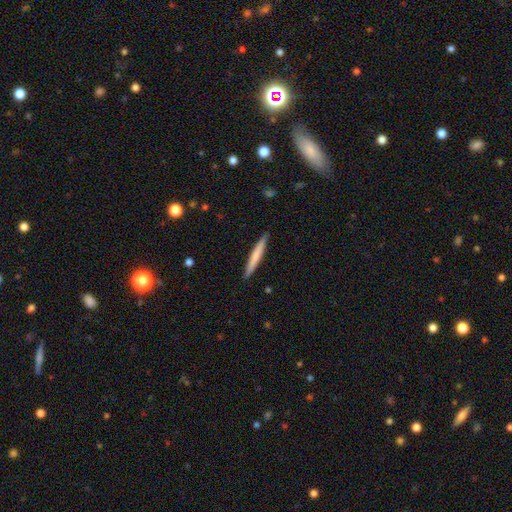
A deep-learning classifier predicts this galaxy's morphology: The model was most divided on "smooth or featured": smooth: 66%, featured or disk: 29%, star or artifact: 5%. More confident: how rounded — cigar-shaped (96%); merging — none (90%).